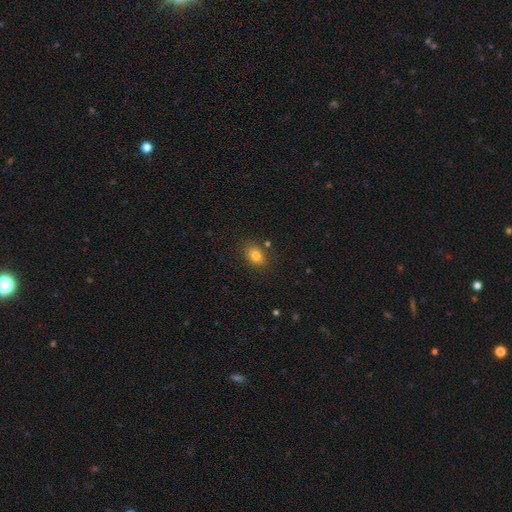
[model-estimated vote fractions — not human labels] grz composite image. It shows a smooth galaxy with no disk features (81%) that is in between round and cigar-shaped (72%). Merging: none (79%).